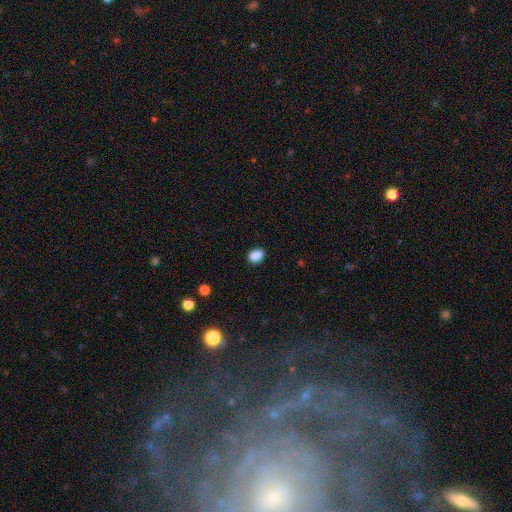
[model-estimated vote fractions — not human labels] Smooth or featured? Predicted: smooth (p=0.86). How rounded? Predicted: in between (p=0.58). Merging? Predicted: none (p=0.78).